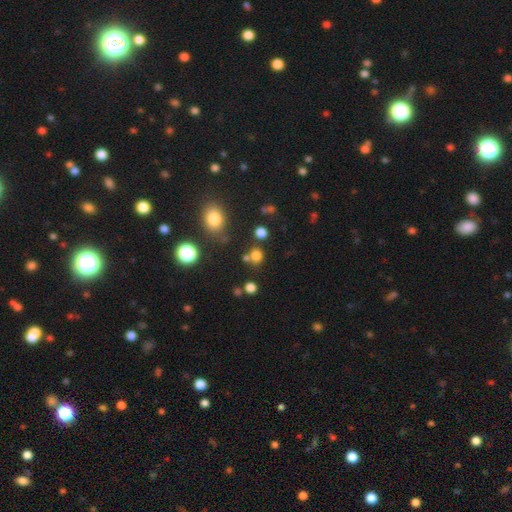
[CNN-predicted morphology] A smooth galaxy with no disk features (75%) that is round (78%).

Vote fractions:
- Smooth or featured? smooth: 75% / star or artifact: 19% / featured or disk: 6%
- How rounded? round: 78% / in between: 21% / cigar-shaped: 1%
- Merging? none: 69% / merger: 16% / minor disturbance: 10% / major disturbance: 4%